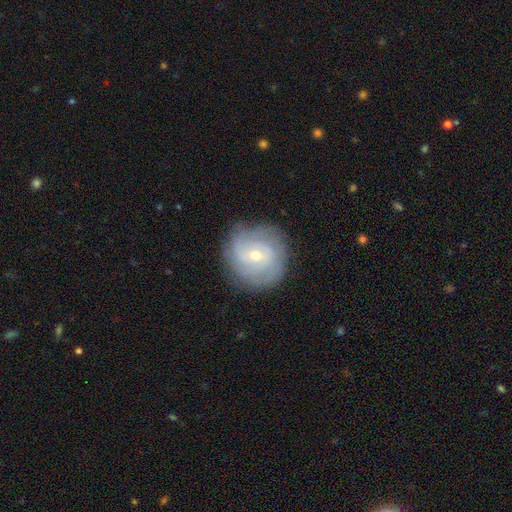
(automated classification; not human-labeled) A featured or disk galaxy (74%) with no bar (46%), tight (62%) spiral arms (89%) and a small central bulge (55%).

Vote fractions:
- Smooth or featured? featured or disk: 74% / smooth: 19% / star or artifact: 7%
- Edge-on disk? no: 97% / yes: 3%
- Bar? no: 46% / weak: 44% / strong: 10%
- Spiral arms? yes: 89% / no: 11%
- Spiral winding? tight: 62% / medium: 29% / loose: 9%
- Spiral arm count? can't tell: 38% / 2: 25% / 3: 17% / 4: 9% / 1: 5% / more than 4: 5%
- Bulge size? small: 55% / moderate: 42% / large: 1% / none: 1% / dominant: 1%
- Merging? none: 82% / minor disturbance: 13% / major disturbance: 4% / merger: 1%